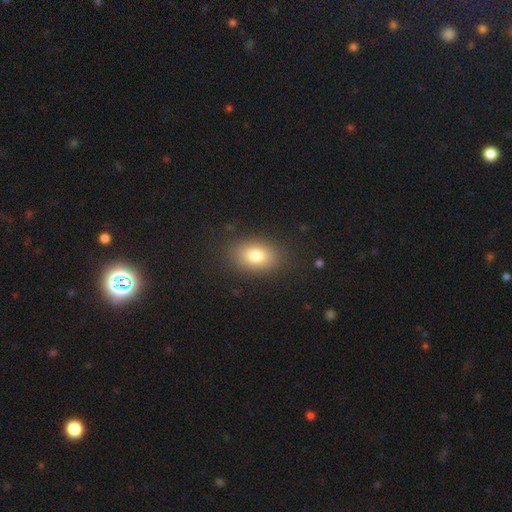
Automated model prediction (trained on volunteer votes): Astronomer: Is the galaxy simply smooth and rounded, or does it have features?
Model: smooth — 79%.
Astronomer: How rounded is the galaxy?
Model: in between — 81%.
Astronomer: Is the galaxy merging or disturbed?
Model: none — 85%.